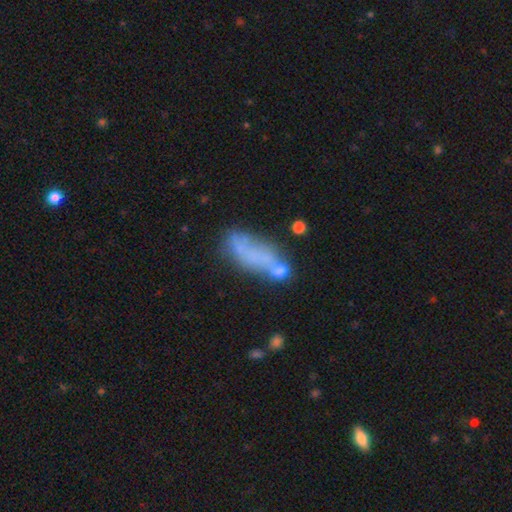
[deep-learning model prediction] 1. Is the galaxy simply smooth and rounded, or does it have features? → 51% smooth, 37% featured or disk, 12% star or artifact.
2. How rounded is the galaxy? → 62% in between, 34% cigar-shaped, 4% round.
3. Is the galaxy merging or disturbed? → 37% none, 23% minor disturbance, 23% merger, 18% major disturbance.